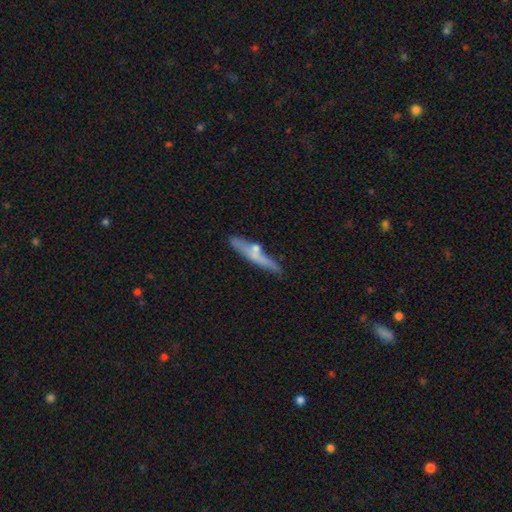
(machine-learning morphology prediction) A featured or disk galaxy (48%). Merging: none (72%).